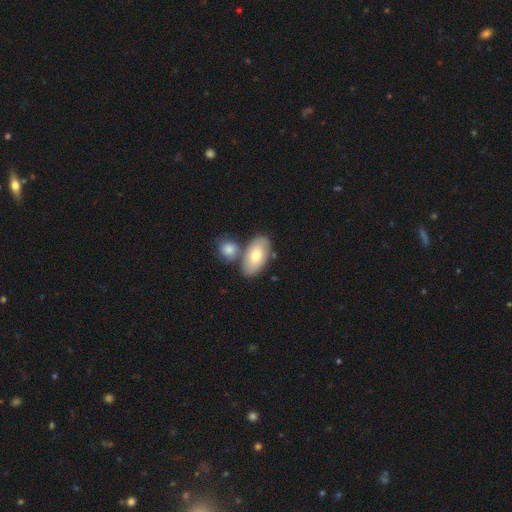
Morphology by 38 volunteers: This appears to be a smooth galaxy with no disk features (58%) that is in between round and cigar-shaped (95%). Merging: none (56%).